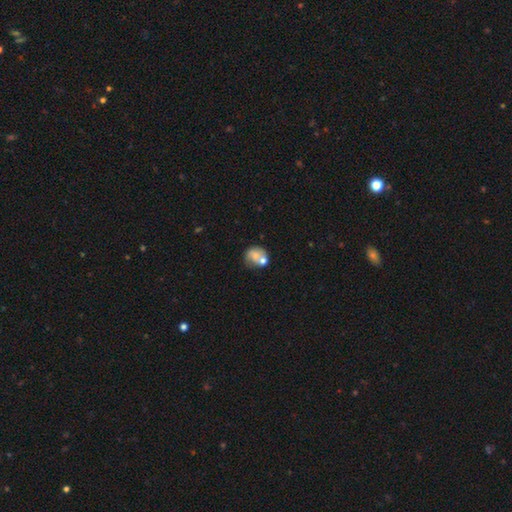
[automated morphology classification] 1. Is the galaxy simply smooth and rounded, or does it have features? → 58% smooth, 33% featured or disk, 9% star or artifact.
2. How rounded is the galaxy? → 63% round, 36% in between, 1% cigar-shaped.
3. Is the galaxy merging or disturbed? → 39% merger, 35% none, 17% minor disturbance, 9% major disturbance.